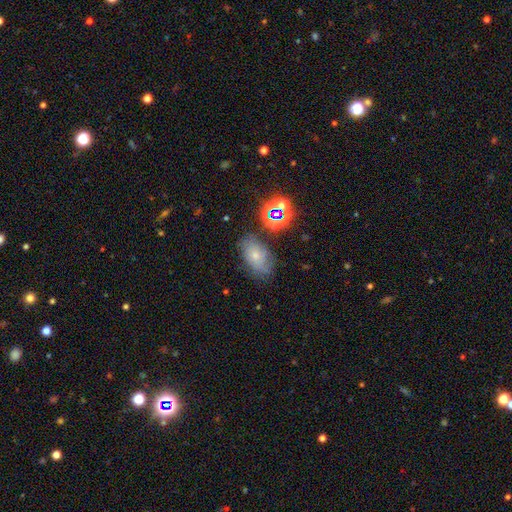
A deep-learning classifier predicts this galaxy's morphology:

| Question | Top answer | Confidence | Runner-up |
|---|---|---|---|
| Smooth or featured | smooth | 53% | featured or disk (27%) |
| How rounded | in between | 86% | round (12%) |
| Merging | none | 64% | minor disturbance (22%) |